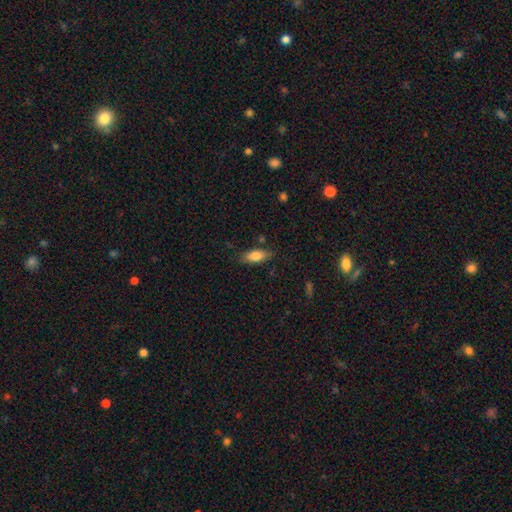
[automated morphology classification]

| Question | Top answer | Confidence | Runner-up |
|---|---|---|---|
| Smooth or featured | smooth | 80% | featured or disk (13%) |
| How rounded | in between | 76% | cigar-shaped (21%) |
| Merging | none | 78% | minor disturbance (16%) |